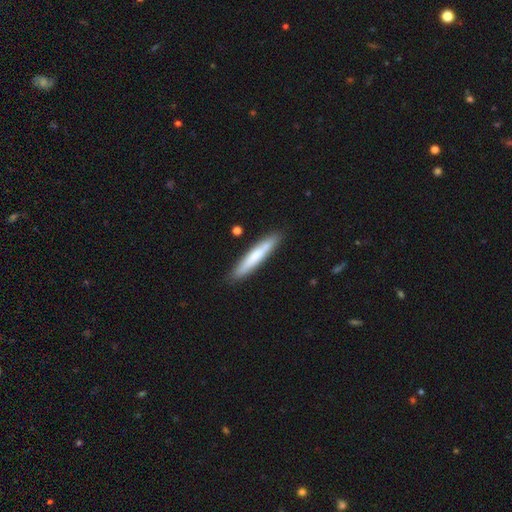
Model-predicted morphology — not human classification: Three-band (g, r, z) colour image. It shows a smooth galaxy with no disk features (64%) that is cigar-shaped (93%). Merging: none (85%).